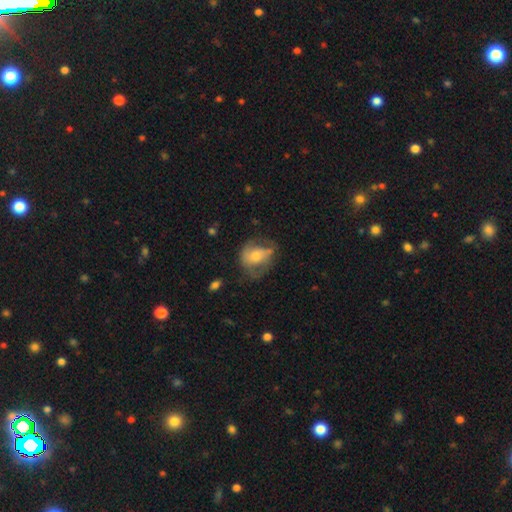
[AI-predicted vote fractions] Morphology: type=featured or disk (47%); merging=none (48%).